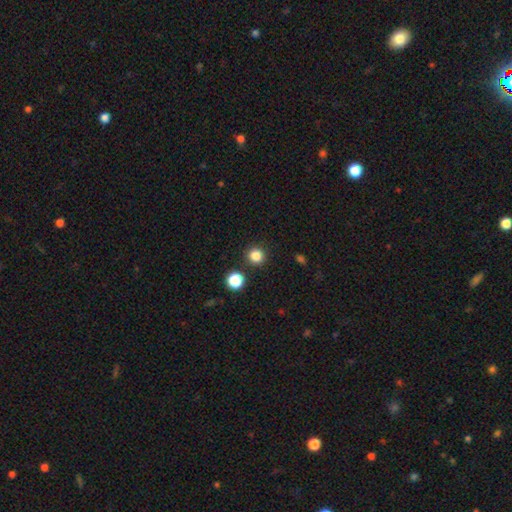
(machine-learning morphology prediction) smooth-or-featured: smooth: 83% | star or artifact: 13% | featured or disk: 4%
  how-rounded: round: 92% | in between: 7% | cigar-shaped: 1%
  merging: none: 89% | minor disturbance: 6% | merger: 3% | major disturbance: 2%